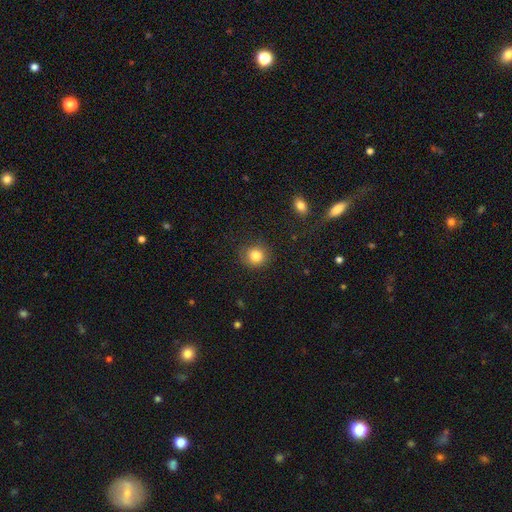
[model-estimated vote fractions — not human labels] Overall: smooth (83%). How rounded: round (87%). Merging: none (86%).